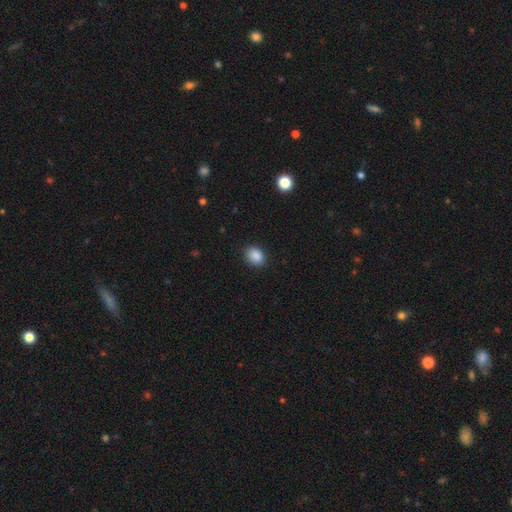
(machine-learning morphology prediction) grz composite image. It shows a smooth galaxy with no disk features (88%) that is in between round and cigar-shaped (60%). Merging: none (86%).